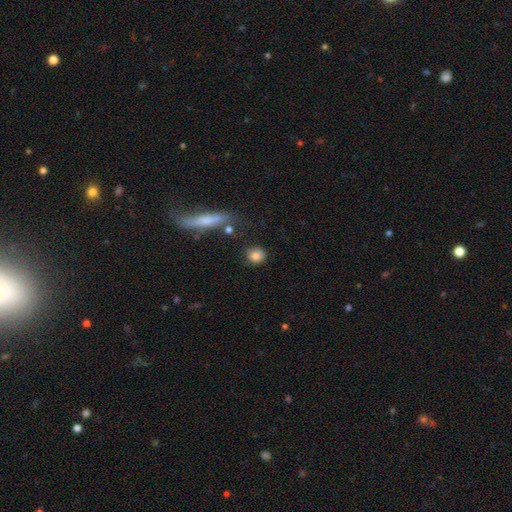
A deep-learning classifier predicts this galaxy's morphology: smooth 82%, star or artifact 9%, featured or disk 9%. Down the decision tree: how rounded — round (82%); merging — none (77%).